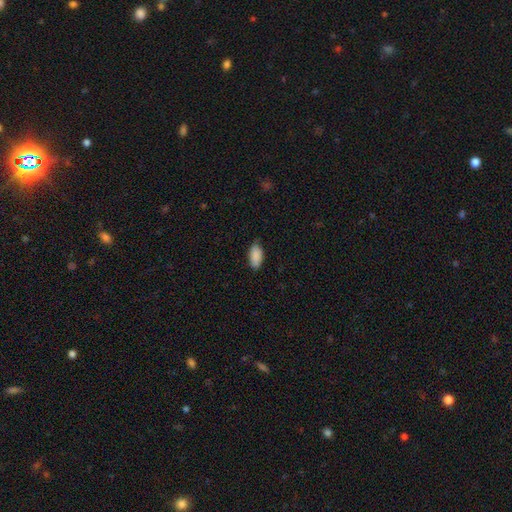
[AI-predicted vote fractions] Smooth or featured? Predicted: smooth (p=0.89). How rounded? Predicted: in between (p=0.92). Merging? Predicted: none (p=0.79).